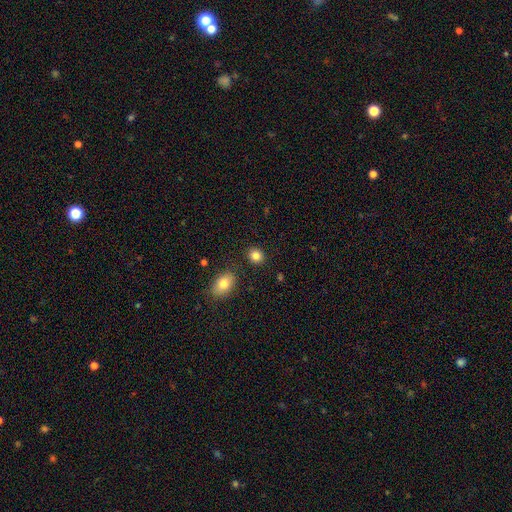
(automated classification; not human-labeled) Smooth or featured? smooth (84%)
How rounded? round (68%)
Merging? none (87%)